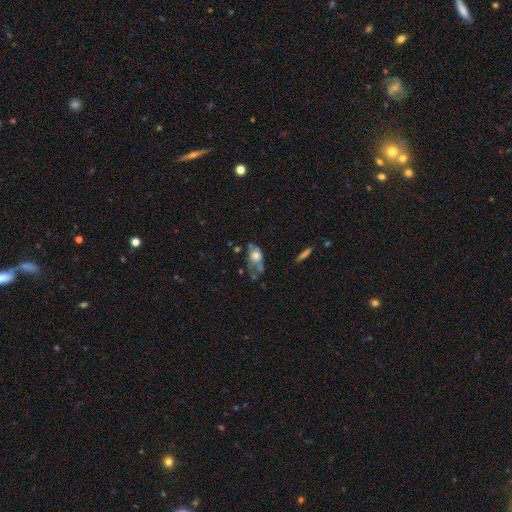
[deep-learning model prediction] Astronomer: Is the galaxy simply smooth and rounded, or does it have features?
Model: smooth — 51% (runner-up: featured or disk, 39%).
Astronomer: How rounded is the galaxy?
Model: in between — 71%.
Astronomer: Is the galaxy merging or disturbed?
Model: none — 28%, tied with major disturbance at 28%.